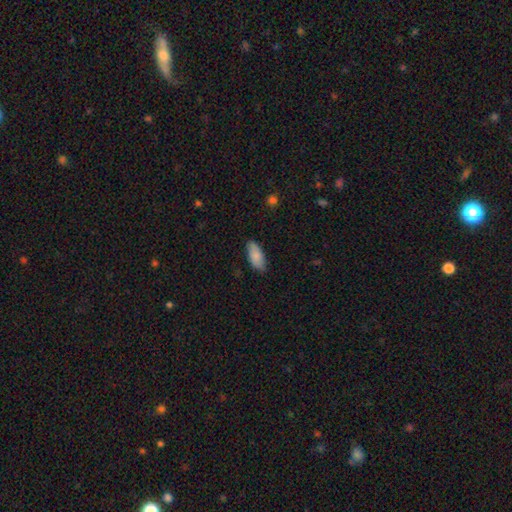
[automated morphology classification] Smooth or featured: smooth — 86% (featured or disk — 8%)
How rounded: in between — 87% (cigar-shaped — 12%)
Merging: none — 82% (minor disturbance — 14%)